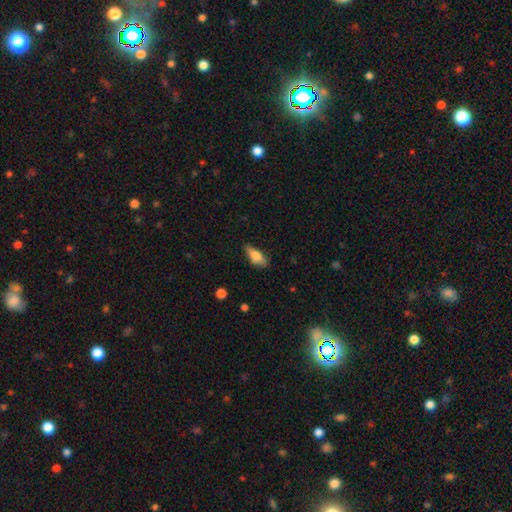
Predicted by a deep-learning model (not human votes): Morphology: type=smooth (79%); roundness=in between (73%); merging=none (71%).